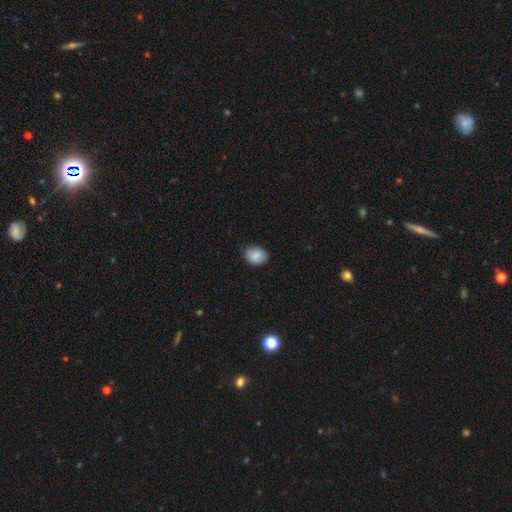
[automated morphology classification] The model was most divided on "how rounded": in between: 58%, round: 41%, cigar-shaped: 1%. More confident: smooth or featured — smooth (87%); merging — none (77%).